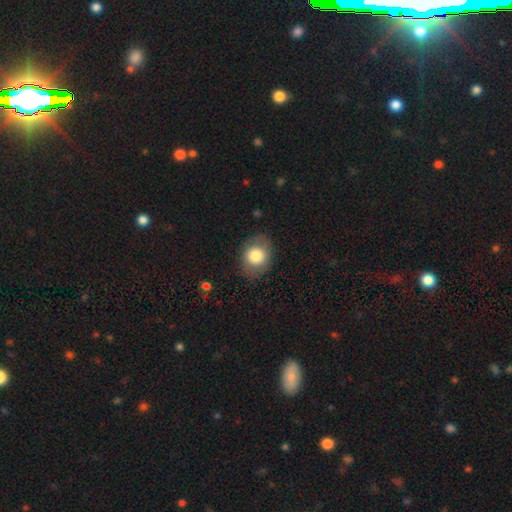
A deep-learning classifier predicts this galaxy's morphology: This appears to be a smooth galaxy with no disk features (77%) that is in between round and cigar-shaped (52%). Merging: none (79%).